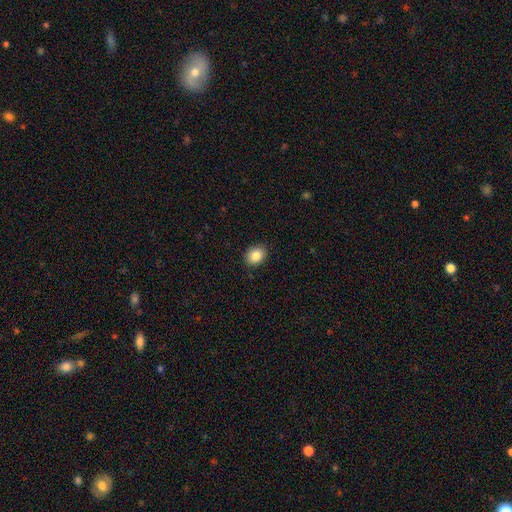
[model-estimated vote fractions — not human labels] Q: Smooth or featured?
A: smooth (86%); runner-up: star or artifact (9%)
Q: How rounded?
A: in between (53%); runner-up: round (46%)
Q: Merging?
A: none (87%); runner-up: minor disturbance (10%)